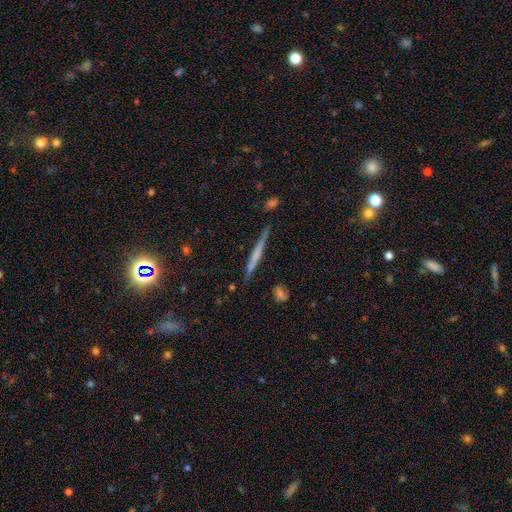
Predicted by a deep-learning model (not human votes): This appears to be a featured or disk galaxy (54%) viewed edge-on (97%) with no central bulge (71%). Merging: none (86%).